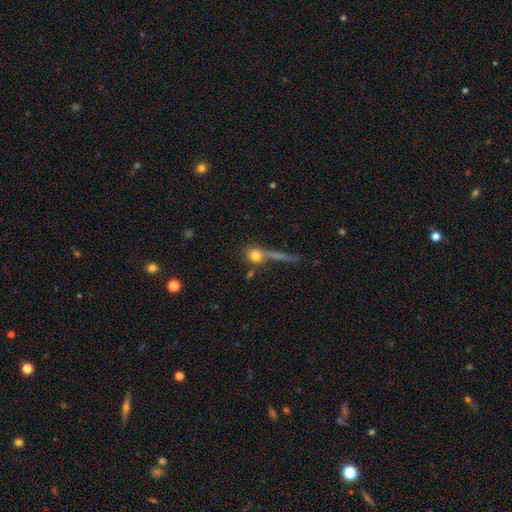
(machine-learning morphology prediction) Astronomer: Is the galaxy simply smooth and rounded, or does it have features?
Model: smooth — 73%.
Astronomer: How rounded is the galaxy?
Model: round — 75%.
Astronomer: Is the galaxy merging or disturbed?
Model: none — 49%.